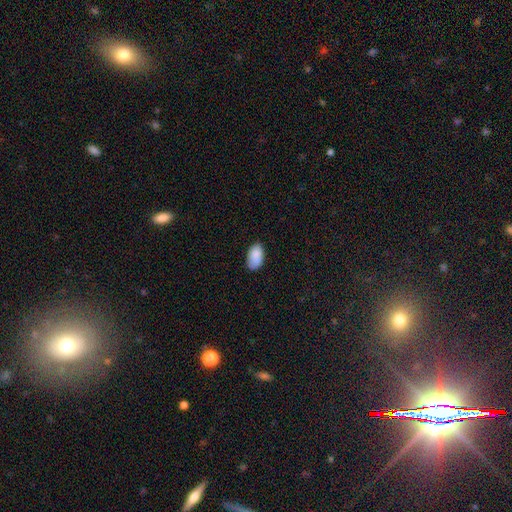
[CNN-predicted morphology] A smooth galaxy with no disk features (89%) that is in between round and cigar-shaped (95%). Merging: none (77%).